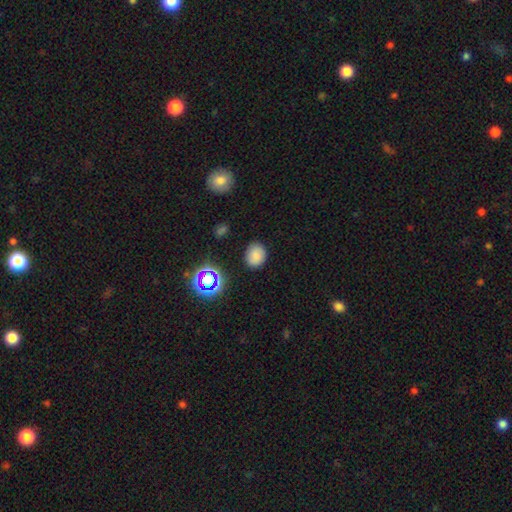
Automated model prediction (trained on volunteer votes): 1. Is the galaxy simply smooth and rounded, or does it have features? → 78% smooth, 15% star or artifact, 7% featured or disk.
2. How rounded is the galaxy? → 57% round, 42% in between, 1% cigar-shaped.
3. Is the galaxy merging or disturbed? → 85% none, 11% minor disturbance, 3% major disturbance, 2% merger.